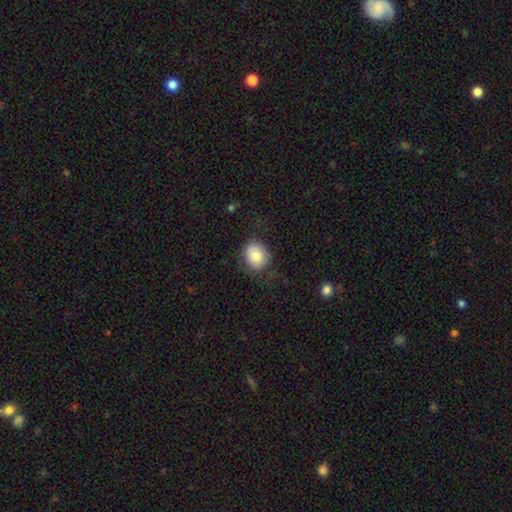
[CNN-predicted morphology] smooth-or-featured: smooth: 80% | featured or disk: 11% | star or artifact: 9%
  how-rounded: round: 67% | in between: 32% | cigar-shaped: 1%
  merging: none: 70% | minor disturbance: 18% | major disturbance: 10% | merger: 1%